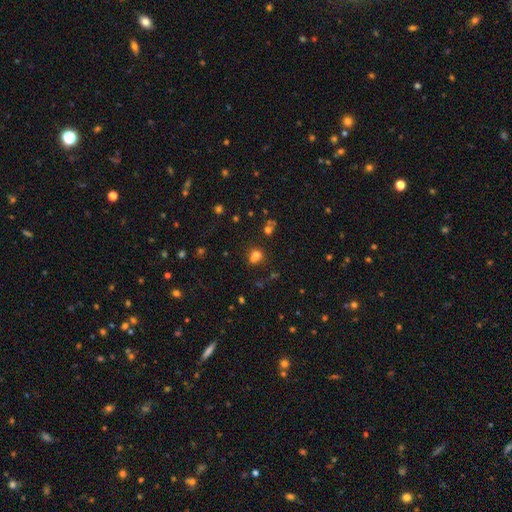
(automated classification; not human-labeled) smooth-or-featured: smooth: 66% | star or artifact: 21% | featured or disk: 12%
  how-rounded: round: 73% | in between: 26% | cigar-shaped: 1%
  merging: merger: 43% | none: 42% | minor disturbance: 9% | major disturbance: 5%